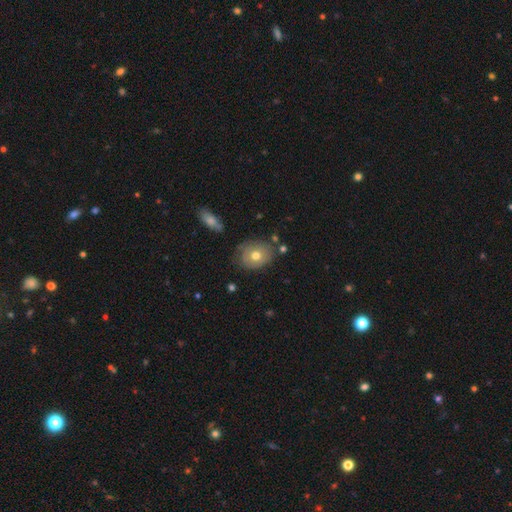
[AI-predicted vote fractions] Morphology: type=smooth (65%); roundness=round (54%); merging=none (68%).